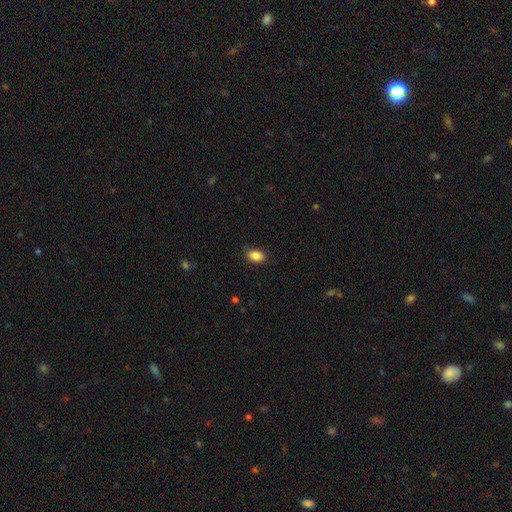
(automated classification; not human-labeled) Morphology: type=smooth (87%); roundness=in between (87%); merging=none (78%).